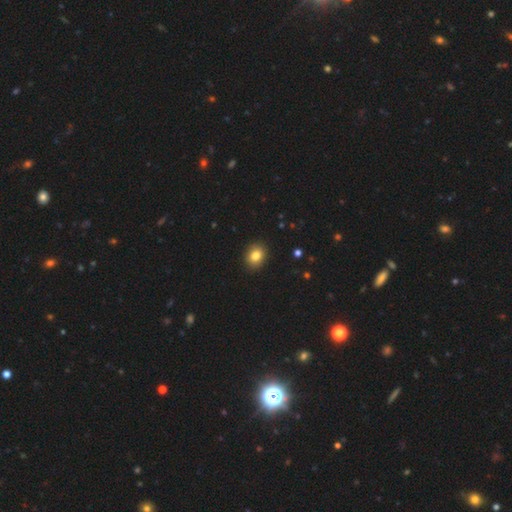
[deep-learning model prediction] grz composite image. It shows a smooth galaxy with no disk features (83%) that is round (50%). Merging: none (90%).